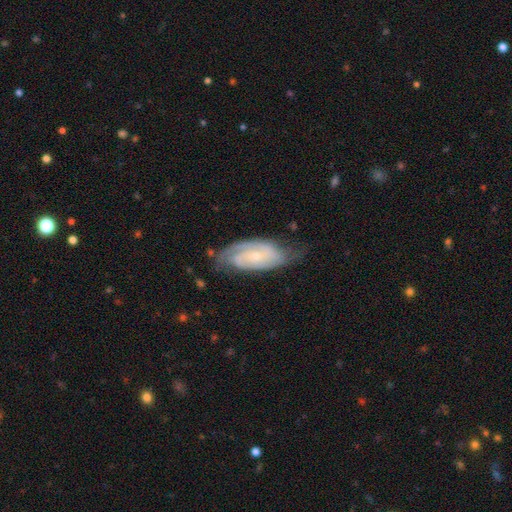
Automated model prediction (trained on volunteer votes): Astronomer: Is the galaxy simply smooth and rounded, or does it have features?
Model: featured or disk — 83%.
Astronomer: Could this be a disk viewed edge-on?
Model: no — 94%.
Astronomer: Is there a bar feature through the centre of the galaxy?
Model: no — 62%.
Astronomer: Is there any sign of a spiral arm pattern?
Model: yes — 96%.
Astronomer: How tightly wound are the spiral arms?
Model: tight — 56% (runner-up: medium, 35%).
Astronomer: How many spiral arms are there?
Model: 2 — 65%.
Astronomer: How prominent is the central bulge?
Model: small — 76%.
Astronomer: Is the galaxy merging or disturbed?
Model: none — 67%.